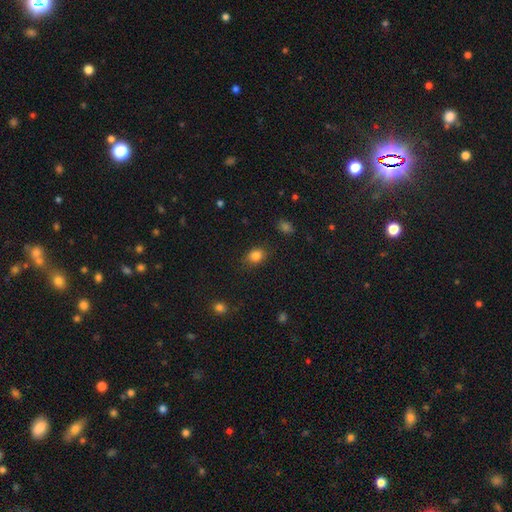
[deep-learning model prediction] Smooth or featured: smooth — 83% (star or artifact — 11%)
How rounded: in between — 59% (round — 40%)
Merging: none — 82% (minor disturbance — 13%)